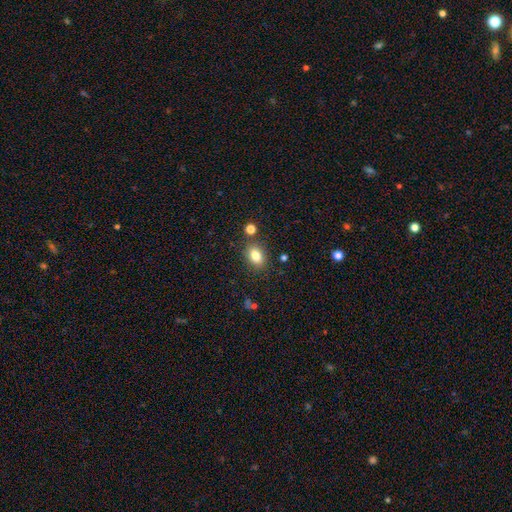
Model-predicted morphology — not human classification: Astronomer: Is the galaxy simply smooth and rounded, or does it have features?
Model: smooth — 81%.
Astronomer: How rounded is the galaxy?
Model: in between — 77%.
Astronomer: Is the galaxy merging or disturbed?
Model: none — 79%.